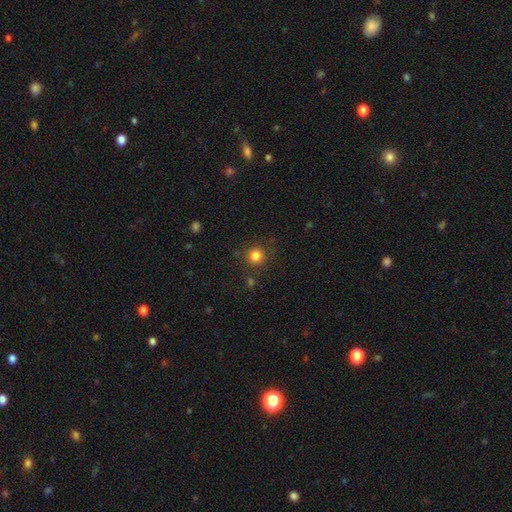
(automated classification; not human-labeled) smooth-or-featured: smooth: 82% | star or artifact: 13% | featured or disk: 5%
  how-rounded: round: 93% | in between: 6% | cigar-shaped: 1%
  merging: none: 83% | minor disturbance: 9% | merger: 4% | major disturbance: 4%